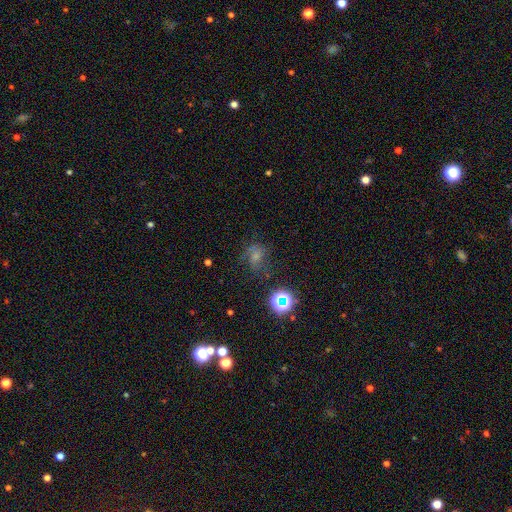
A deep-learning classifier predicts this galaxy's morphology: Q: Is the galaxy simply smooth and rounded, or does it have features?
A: star or artifact — 39%.